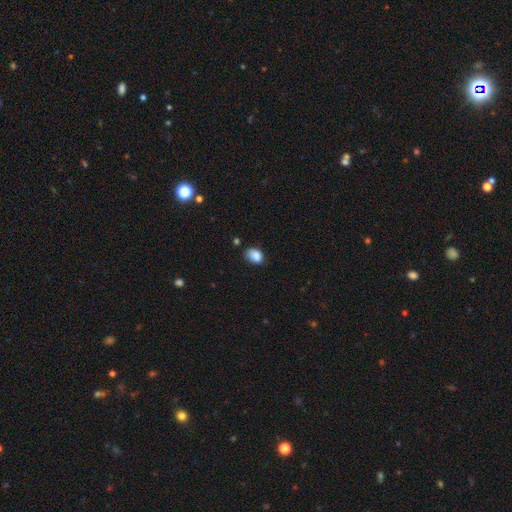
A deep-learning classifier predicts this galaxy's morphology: Q: Smooth or featured?
A: smooth (85%); runner-up: star or artifact (9%)
Q: How rounded?
A: in between (72%); runner-up: round (27%)
Q: Merging?
A: none (59%); runner-up: minor disturbance (30%)